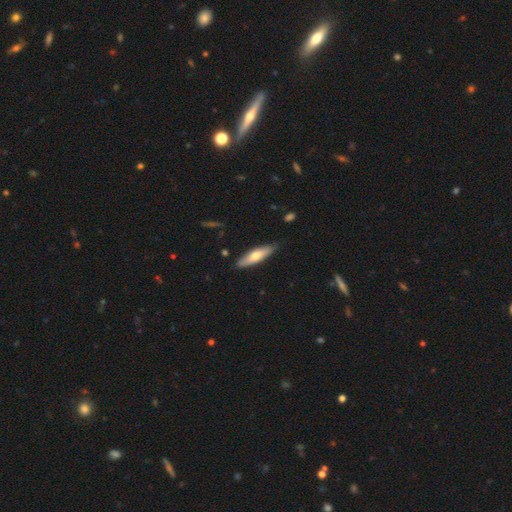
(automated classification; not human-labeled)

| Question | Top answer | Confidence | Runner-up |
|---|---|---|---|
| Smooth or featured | smooth | 64% | featured or disk (31%) |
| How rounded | cigar-shaped | 63% | in between (35%) |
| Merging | none | 84% | minor disturbance (13%) |